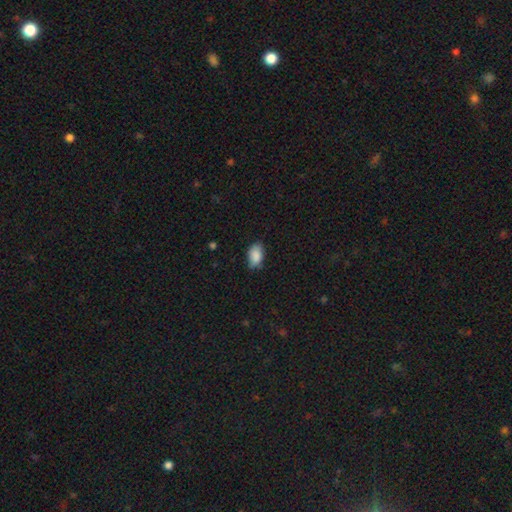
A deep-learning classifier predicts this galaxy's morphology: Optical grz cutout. It shows a smooth galaxy with no disk features (87%) that is in between round and cigar-shaped (91%). Merging: none (71%).